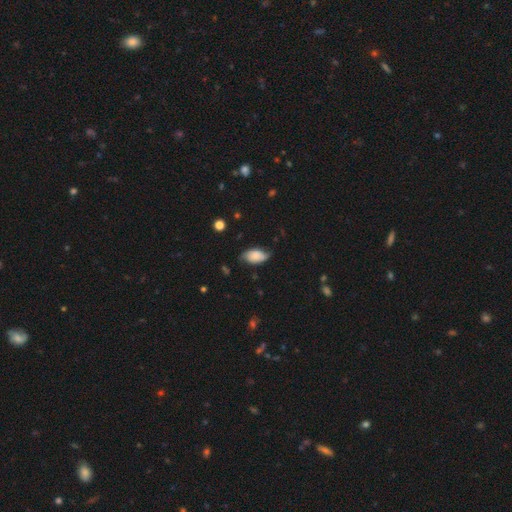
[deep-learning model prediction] Smooth or featured: smooth — 67% (featured or disk — 25%)
How rounded: in between — 93% (round — 4%)
Merging: none — 64% (minor disturbance — 28%)